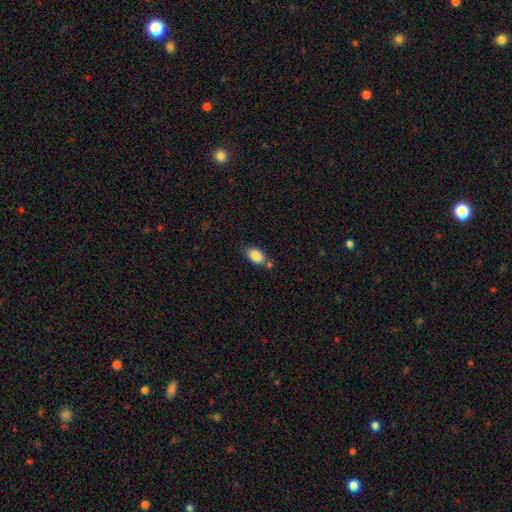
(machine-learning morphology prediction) type=smooth (87%); roundness=in between (91%); merging=none (64%).